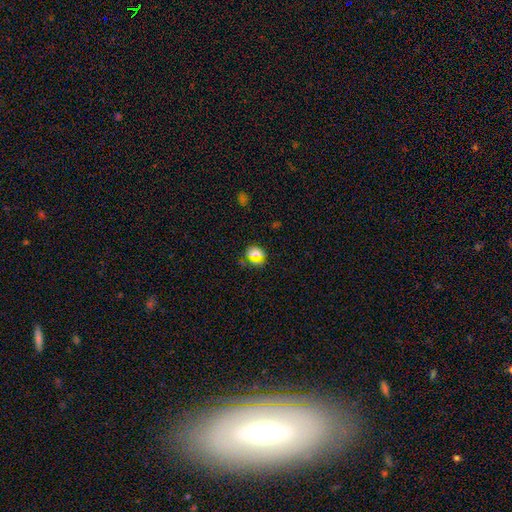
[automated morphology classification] This is likely a smooth galaxy (65%). How rounded: likely round (66%). Merging: likely none (75%).